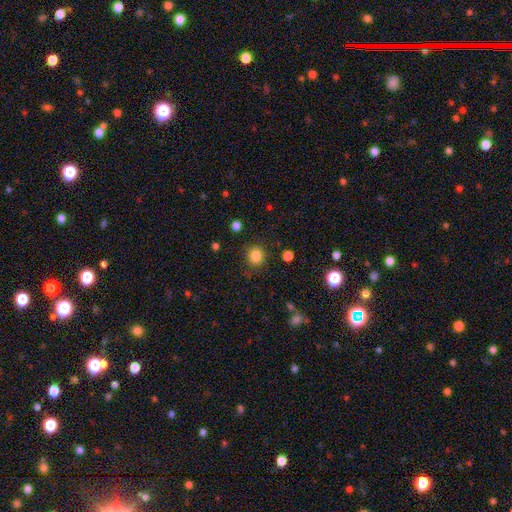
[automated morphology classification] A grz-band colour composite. It shows a smooth galaxy with no disk features (84%) that is round (89%). Merging: none (86%).